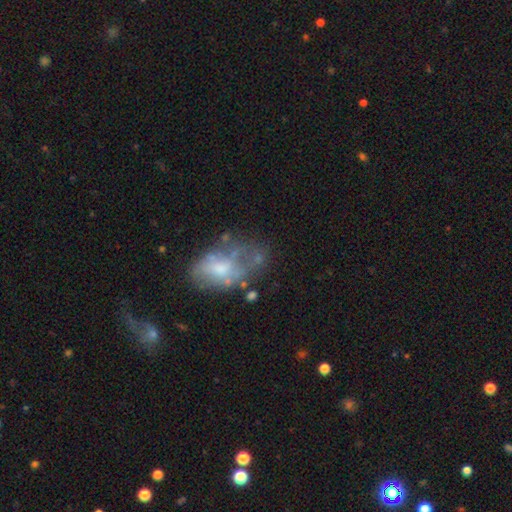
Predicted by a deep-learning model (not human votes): Smooth or featured? featured or disk (48%)
Merging? none (36%)